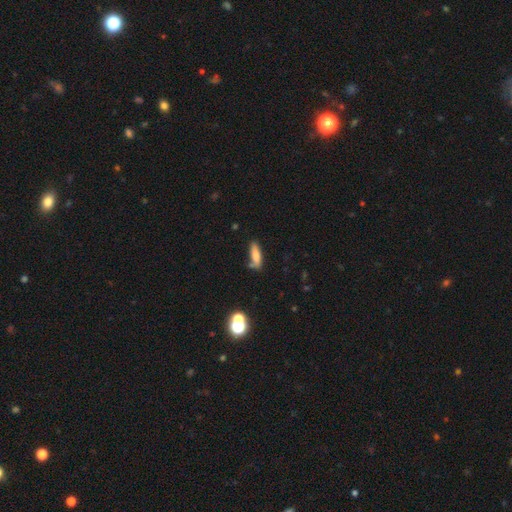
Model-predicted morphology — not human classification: smooth-or-featured: smooth: 76% | featured or disk: 15% | star or artifact: 9%
  how-rounded: cigar-shaped: 57% | in between: 41% | round: 2%
  merging: none: 59% | minor disturbance: 24% | merger: 10% | major disturbance: 7%